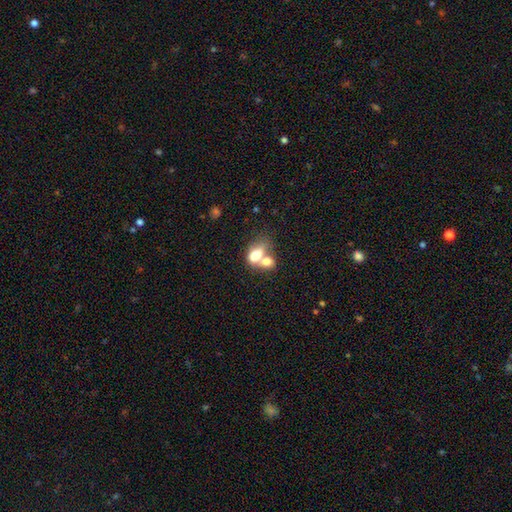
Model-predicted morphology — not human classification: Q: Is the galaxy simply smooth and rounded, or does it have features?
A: smooth — 71%.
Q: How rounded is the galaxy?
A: in between — 74%.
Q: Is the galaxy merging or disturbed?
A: merger — 68%.